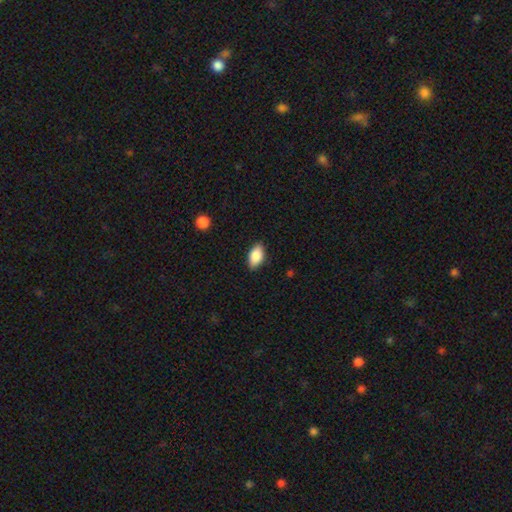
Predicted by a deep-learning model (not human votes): A smooth galaxy with no disk features (86%) that is in between round and cigar-shaped (92%). Merging: none (87%).